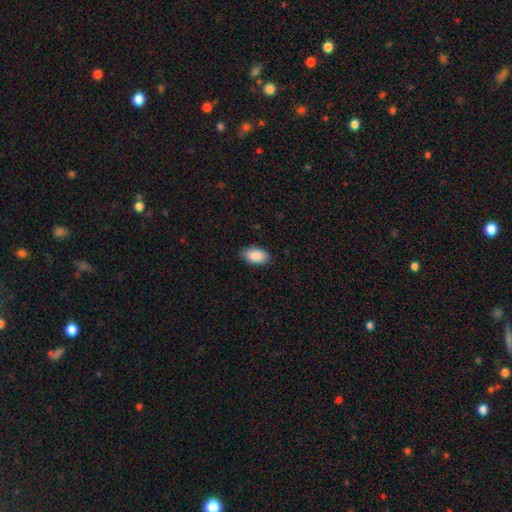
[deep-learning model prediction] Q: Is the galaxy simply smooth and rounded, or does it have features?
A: smooth — 89%.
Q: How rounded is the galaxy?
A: in between — 95%.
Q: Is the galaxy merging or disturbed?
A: none — 87%.